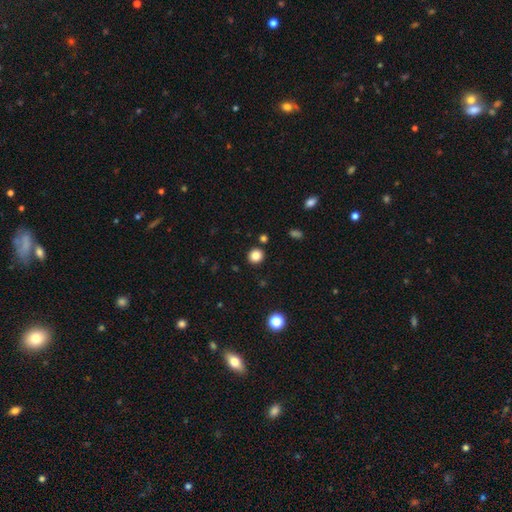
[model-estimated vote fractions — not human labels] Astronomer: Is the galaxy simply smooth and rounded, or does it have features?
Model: smooth — 83%.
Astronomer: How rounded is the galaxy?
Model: round — 90%.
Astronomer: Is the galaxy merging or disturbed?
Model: none — 90%.